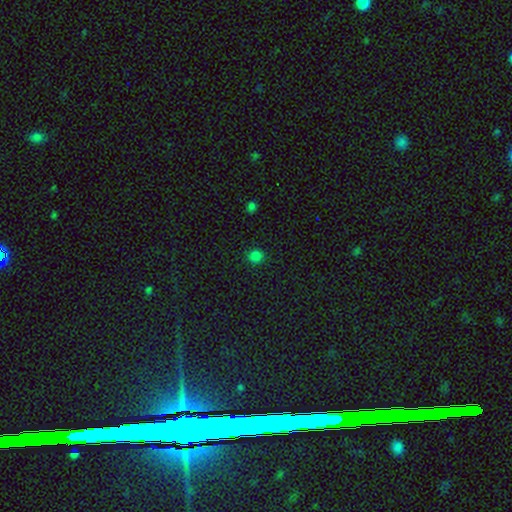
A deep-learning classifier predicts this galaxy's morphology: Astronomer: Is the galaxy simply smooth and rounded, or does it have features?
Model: smooth — 80%.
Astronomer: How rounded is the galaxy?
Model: round — 90%.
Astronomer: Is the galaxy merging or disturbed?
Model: none — 89%.